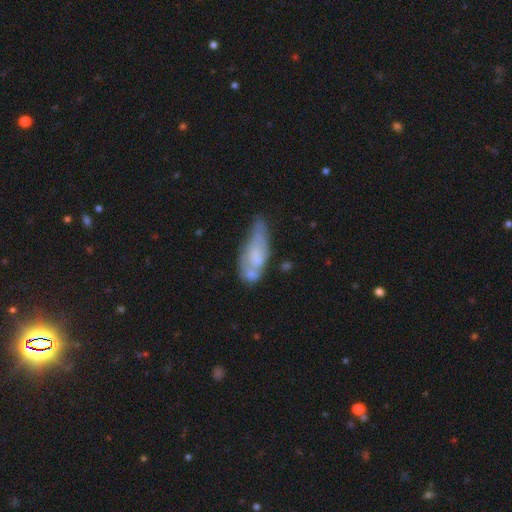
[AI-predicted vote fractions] Smooth or featured? Predicted: smooth (p=0.52). How rounded? Predicted: in between (p=0.65). Merging? Predicted: none (p=0.32).